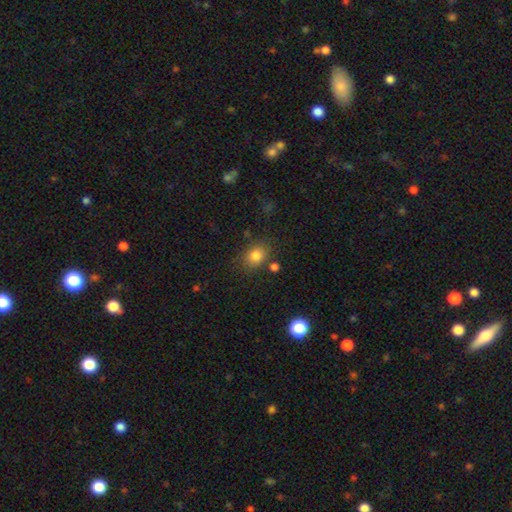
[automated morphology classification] A smooth galaxy with no disk features (82%) that is in between round and cigar-shaped (58%). Merging: none (74%).